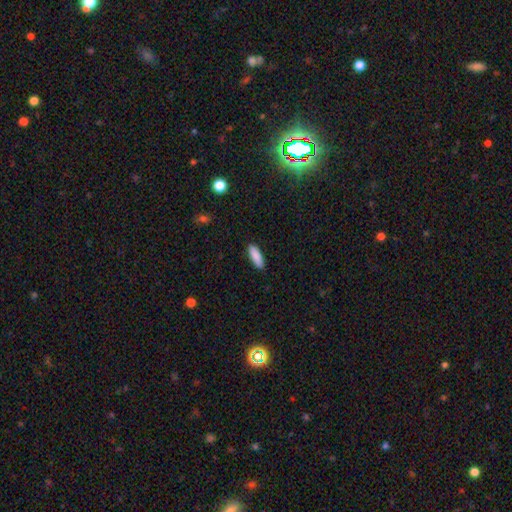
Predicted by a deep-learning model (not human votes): Smooth or featured?
  - smooth: 89% *
  - star or artifact: 6%
  - featured or disk: 5%
How rounded?
  - in between: 52% *
  - cigar-shaped: 46%
  - round: 2%
Merging?
  - none: 90% *
  - minor disturbance: 8%
  - major disturbance: 2%
  - merger: 1%